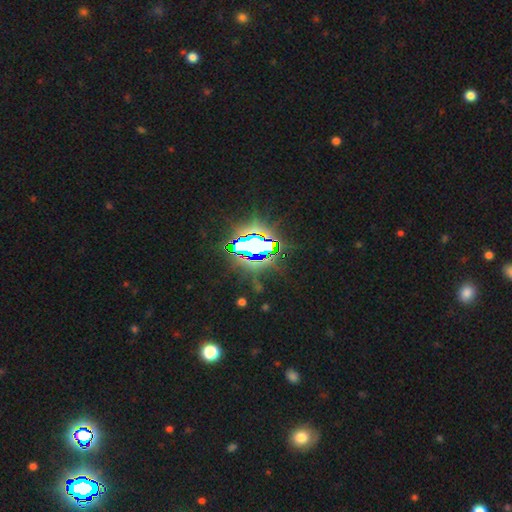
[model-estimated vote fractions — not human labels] Smooth or featured? star or artifact (84%)